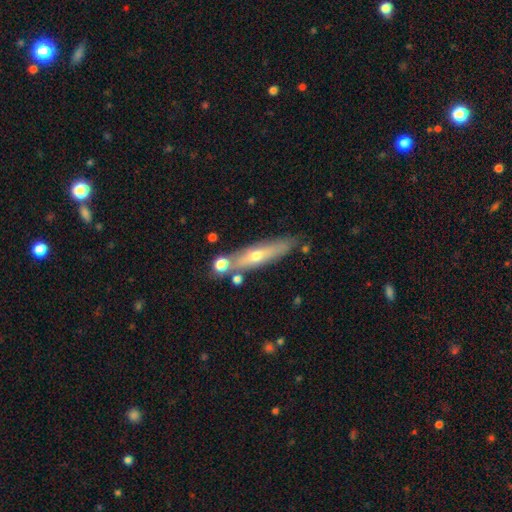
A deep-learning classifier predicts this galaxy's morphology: Q: Smooth or featured?
A: featured or disk (54%); runner-up: smooth (38%)
Q: Edge-on disk?
A: yes (74%); runner-up: no (26%)
Q: Merging?
A: none (74%); runner-up: minor disturbance (14%)